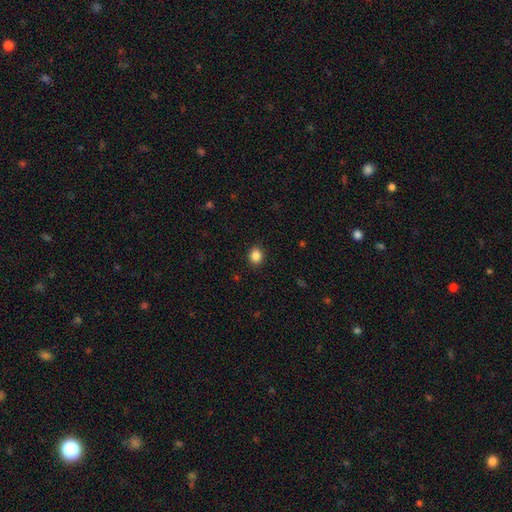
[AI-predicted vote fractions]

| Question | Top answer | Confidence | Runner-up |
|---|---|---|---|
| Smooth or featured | smooth | 86% | star or artifact (11%) |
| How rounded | round | 65% | in between (34%) |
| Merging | none | 90% | minor disturbance (7%) |